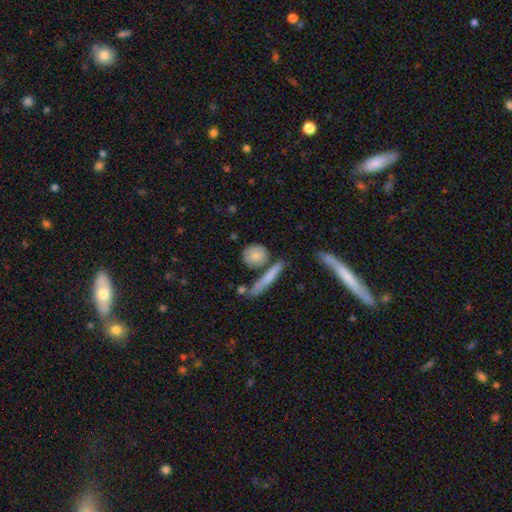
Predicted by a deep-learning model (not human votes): smooth-or-featured: smooth: 76% | featured or disk: 17% | star or artifact: 7%
  how-rounded: round: 69% | in between: 20% | cigar-shaped: 11%
  merging: none: 68% | minor disturbance: 14% | merger: 13% | major disturbance: 5%